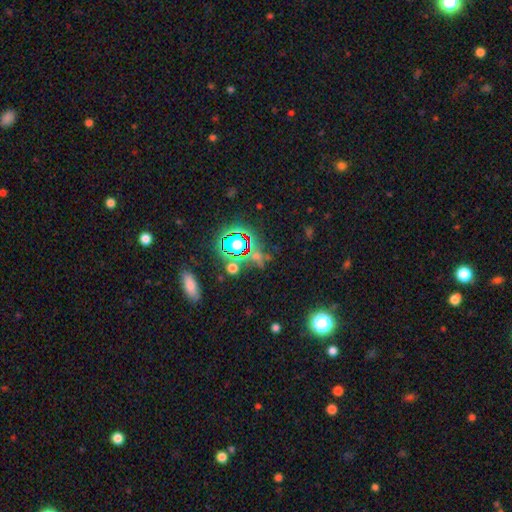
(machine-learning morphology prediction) Smooth or featured? star or artifact (71%)